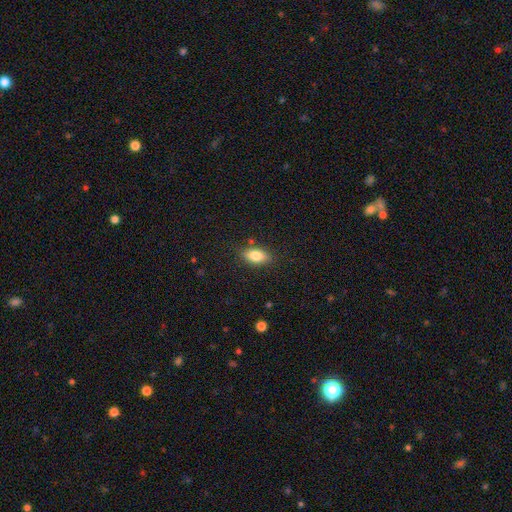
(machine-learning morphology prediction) Overall: smooth (80%). How rounded: in between (88%). Merging: none (84%).